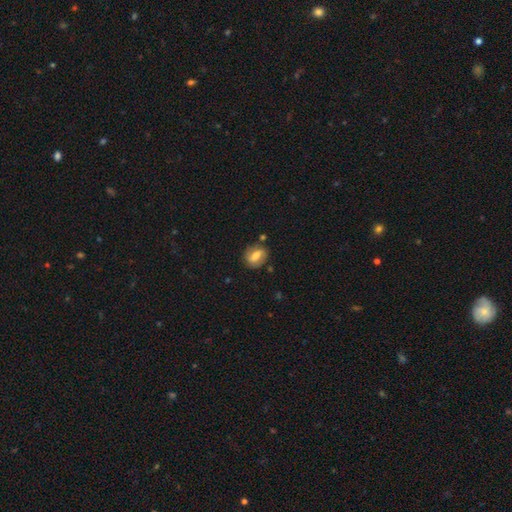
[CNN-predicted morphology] The model was most divided on "how rounded": in between: 57%, round: 40%, cigar-shaped: 3%. More confident: merging — none (75%); smooth or featured — smooth (56%).